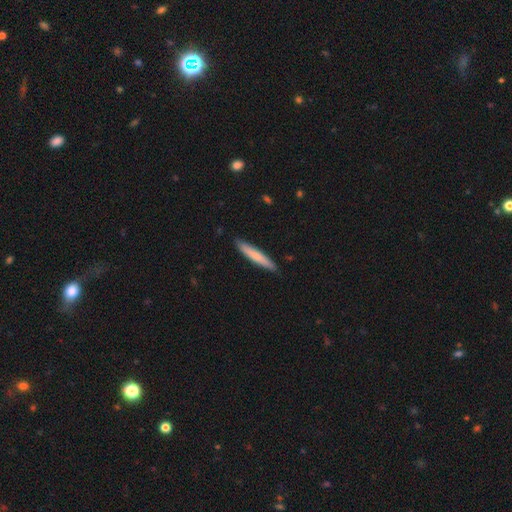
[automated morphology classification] The model was most divided on "smooth or featured": smooth: 72%, featured or disk: 23%, star or artifact: 5%. More confident: how rounded — cigar-shaped (94%); merging — none (89%).